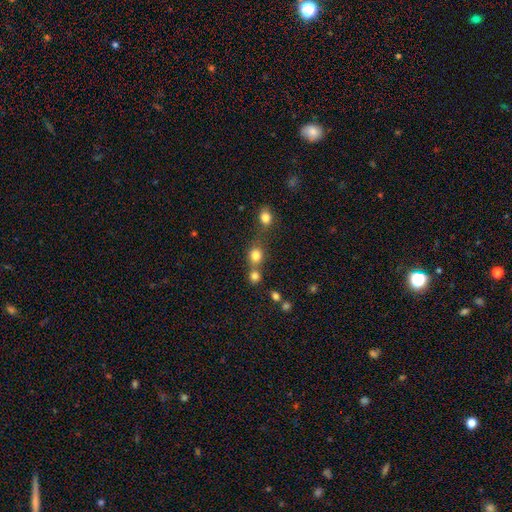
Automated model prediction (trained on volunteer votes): smooth_or_featured: smooth (p=0.80) [alt: star or artifact p=0.13]
how_rounded: round (p=0.80) [alt: in between p=0.19]
merging: none (p=0.48) [alt: merger p=0.40]